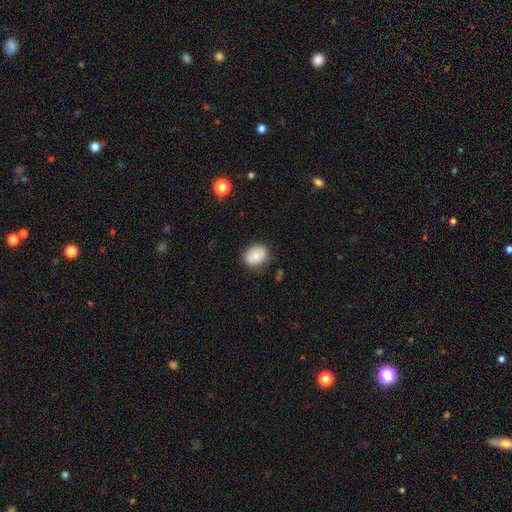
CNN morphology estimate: A smooth galaxy with no disk features (81%) that is round (51%).

Vote fractions:
- Smooth or featured? smooth: 81% / featured or disk: 11% / star or artifact: 8%
- How rounded? round: 51% / in between: 48% / cigar-shaped: 1%
- Merging? none: 77% / minor disturbance: 17% / major disturbance: 4% / merger: 2%